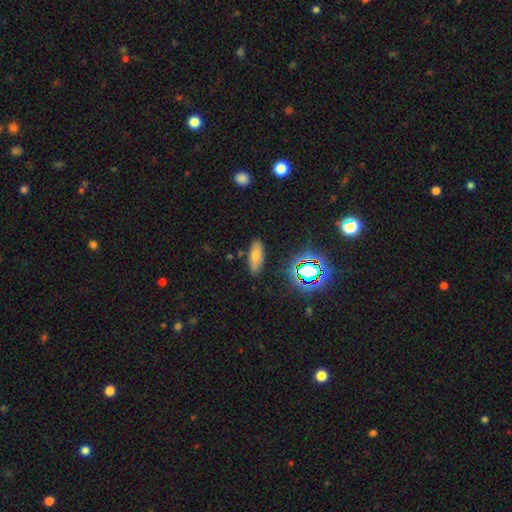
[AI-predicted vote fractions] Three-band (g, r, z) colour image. It shows a smooth galaxy with no disk features (60%) that is in between round and cigar-shaped (65%). Merging: none (85%).